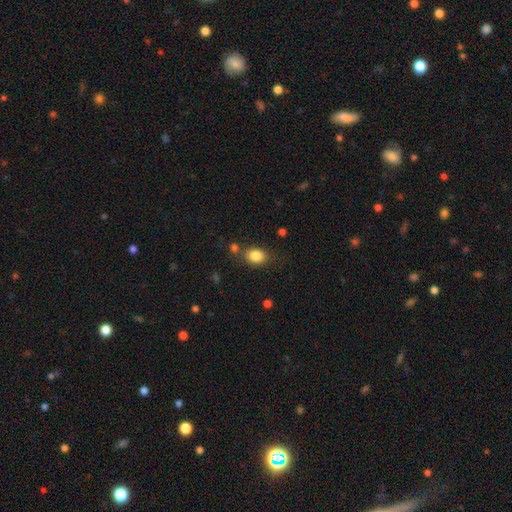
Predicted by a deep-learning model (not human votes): This is clearly a smooth galaxy (84%). How rounded: likely in between (67%). Merging: likely none (72%).